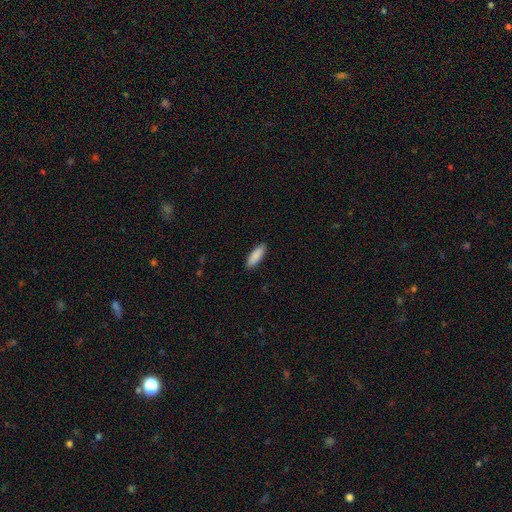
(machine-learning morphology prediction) Smooth or featured? smooth (90%)
How rounded? in between (56%)
Merging? none (90%)